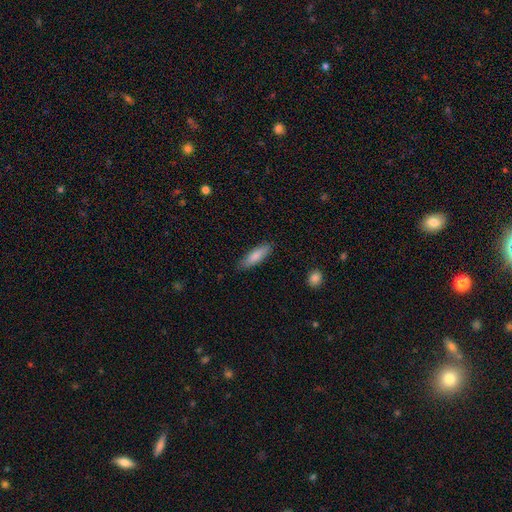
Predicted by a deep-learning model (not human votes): smooth 83%, featured or disk 12%, star or artifact 6%. Down the decision tree: how rounded — cigar-shaped (57%); merging — none (85%).